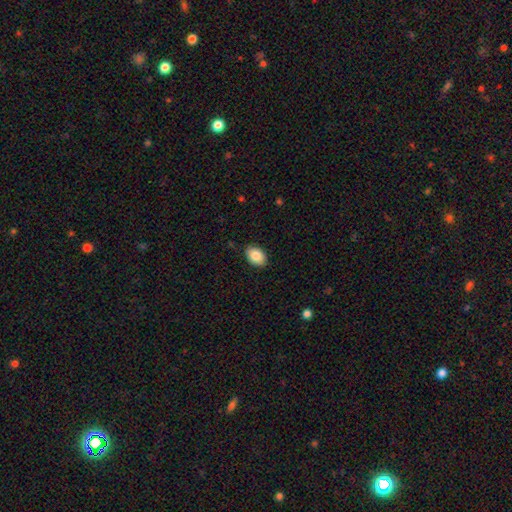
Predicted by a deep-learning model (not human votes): This is clearly a smooth galaxy (86%). How rounded: clearly in between (82%). Merging: clearly none (87%).